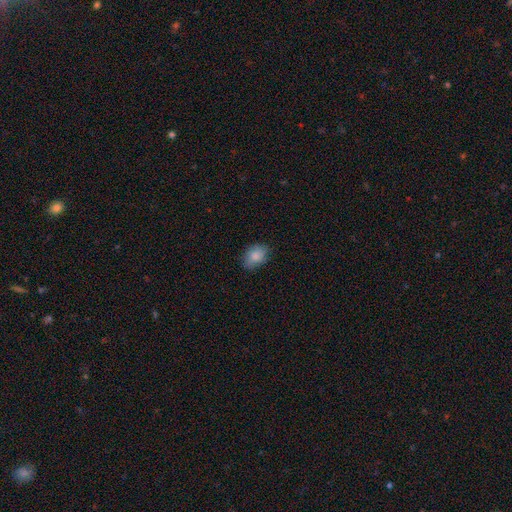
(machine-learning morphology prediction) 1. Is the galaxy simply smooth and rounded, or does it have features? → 85% smooth, 8% featured or disk, 7% star or artifact.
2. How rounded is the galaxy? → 75% in between, 24% round, 1% cigar-shaped.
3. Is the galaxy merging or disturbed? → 79% none, 16% minor disturbance, 3% major disturbance, 1% merger.